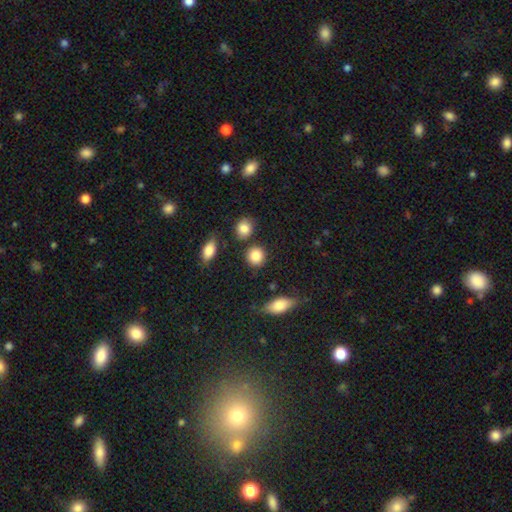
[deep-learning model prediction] This appears to be a smooth galaxy with no disk features (86%) that is round (84%). Merging: none (82%).